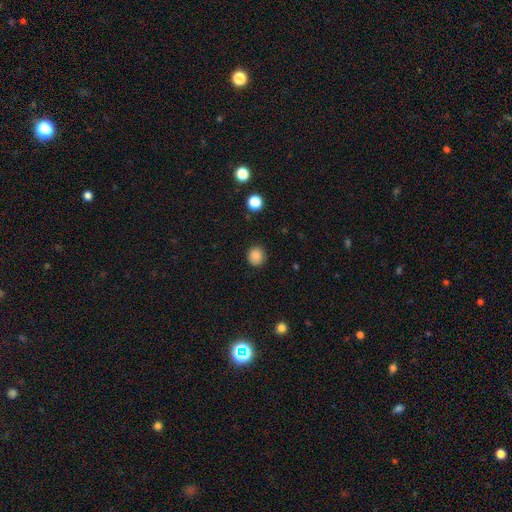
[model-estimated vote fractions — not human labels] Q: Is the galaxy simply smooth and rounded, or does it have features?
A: smooth — 86%.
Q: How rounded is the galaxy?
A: round — 89%.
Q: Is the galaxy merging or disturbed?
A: none — 88%.